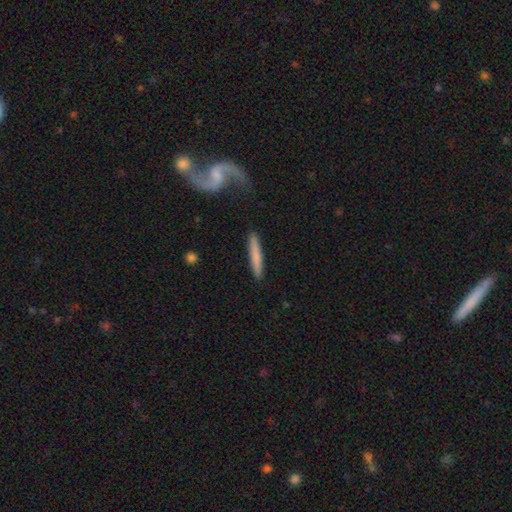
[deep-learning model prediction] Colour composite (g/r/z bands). It shows a smooth galaxy with no disk features (72%) that is cigar-shaped (94%). Merging: none (89%).